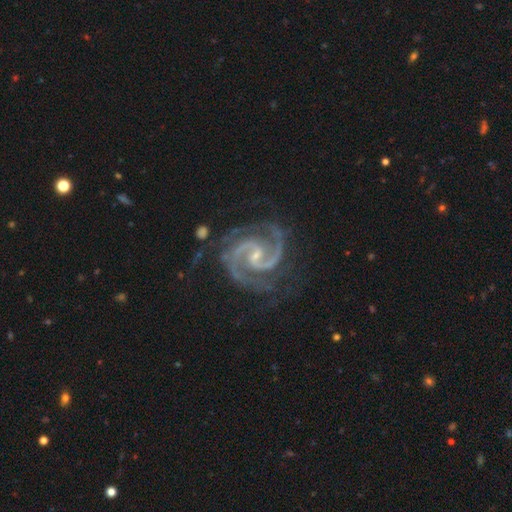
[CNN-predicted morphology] Smooth or featured? Predicted: featured or disk (p=0.94). Edge-on disk? Predicted: no (p=0.98). Bar? Predicted: weak (p=0.49). Spiral arms? Predicted: yes (p=0.99). Spiral winding? Predicted: medium (p=0.59). Spiral arm count? Predicted: 2 (p=0.92). Bulge size? Predicted: small (p=0.70). Merging? Predicted: none (p=0.73).